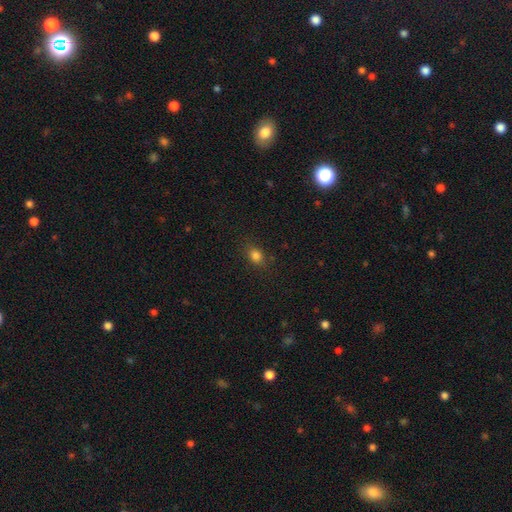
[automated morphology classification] smooth 81%, star or artifact 13%, featured or disk 6%. Down the decision tree: how rounded — in between (59%); merging — none (83%).